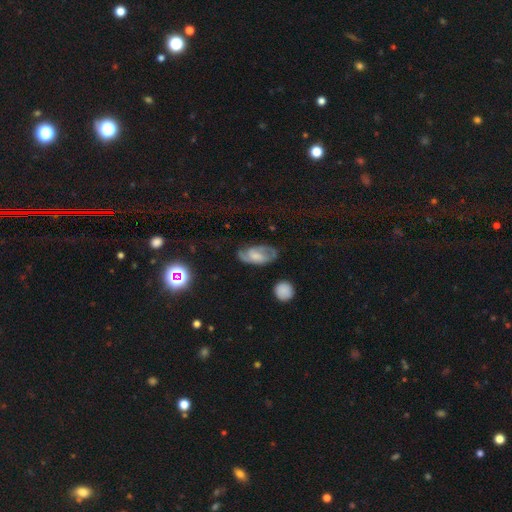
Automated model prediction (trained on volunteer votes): This appears to be a featured or disk galaxy (67%) with a weak bar (44%, tied with no), 2 (77%) medium (48%) spiral arms (90%) and a moderate central bulge (34%, tied with small). Merging: none (66%).